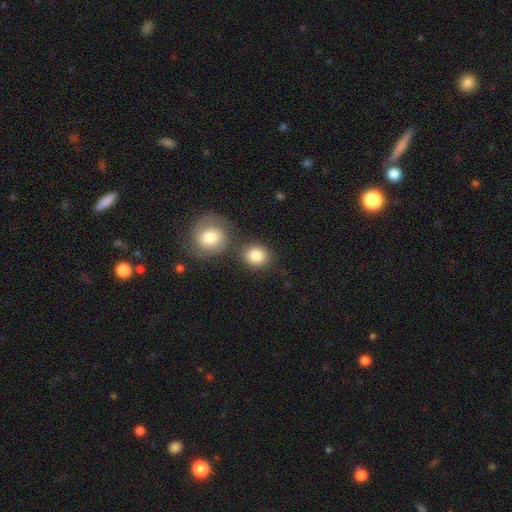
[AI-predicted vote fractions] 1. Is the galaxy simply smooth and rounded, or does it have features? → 85% smooth, 9% featured or disk, 6% star or artifact.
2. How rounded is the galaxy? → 70% round, 29% in between, 1% cigar-shaped.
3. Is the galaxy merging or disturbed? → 62% none, 23% merger, 11% minor disturbance, 4% major disturbance.